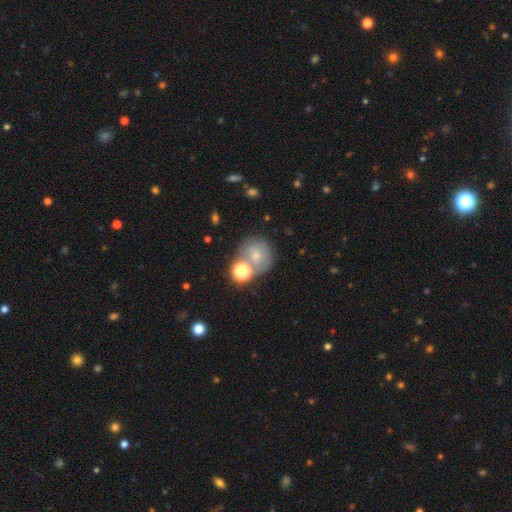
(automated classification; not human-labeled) A smooth galaxy with no disk features (61%) that is round (83%).

Vote fractions:
- Smooth or featured? smooth: 61% / featured or disk: 25% / star or artifact: 14%
- How rounded? round: 83% / in between: 16% / cigar-shaped: 1%
- Merging? none: 48% / merger: 28% / minor disturbance: 16% / major disturbance: 9%